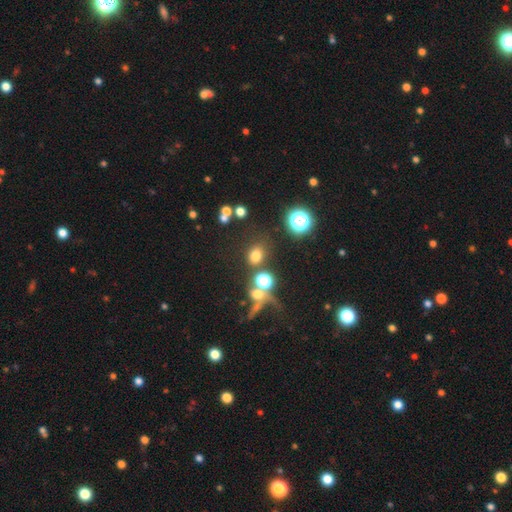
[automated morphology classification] Smooth or featured? smooth (71%)
How rounded? round (54%)
Merging? none (69%)